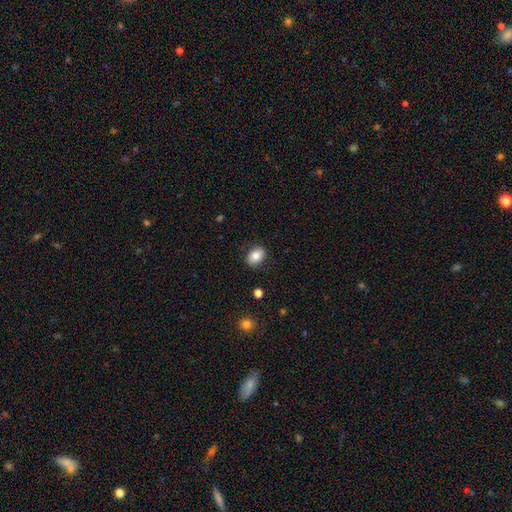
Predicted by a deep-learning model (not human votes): smooth-or-featured: smooth: 82% | featured or disk: 10% | star or artifact: 8%
  how-rounded: in between: 78% | round: 21% | cigar-shaped: 1%
  merging: none: 86% | minor disturbance: 11% | major disturbance: 3% | merger: 1%